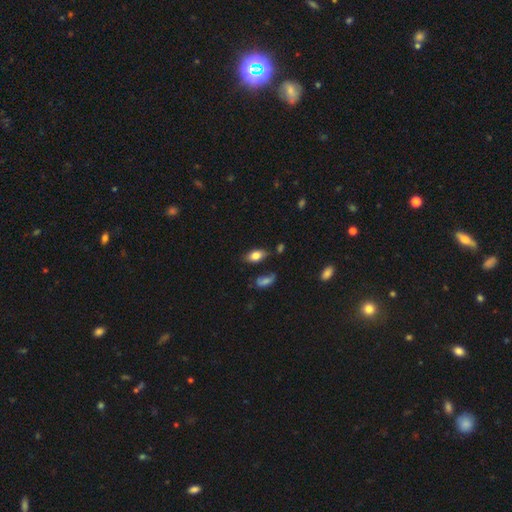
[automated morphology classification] smooth_or_featured: smooth (p=0.80) [alt: featured or disk p=0.12]
how_rounded: in between (p=0.90) [alt: round p=0.05]
merging: none (p=0.74) [alt: minor disturbance p=0.17]